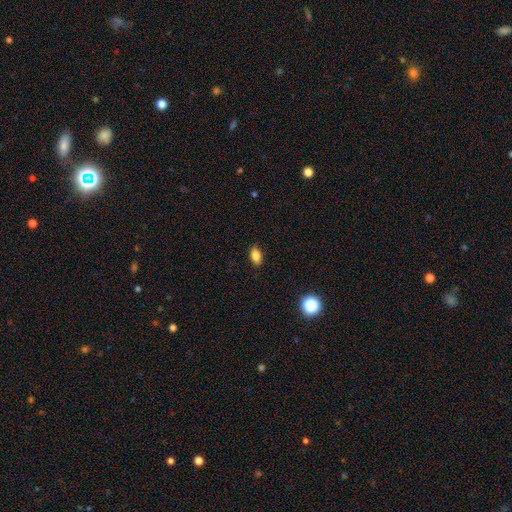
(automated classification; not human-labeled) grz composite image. It shows a smooth galaxy with no disk features (83%) that is in between round and cigar-shaped (88%). Merging: none (87%).